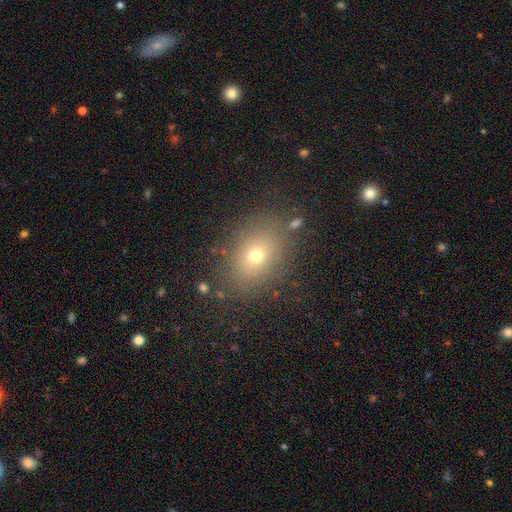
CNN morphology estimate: type=smooth (67%); roundness=in between (61%); merging=none (80%).